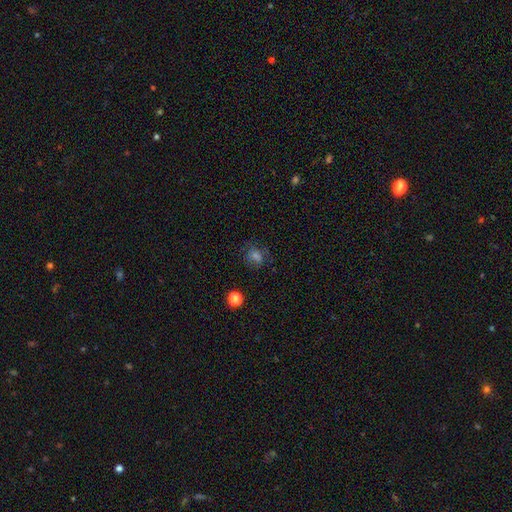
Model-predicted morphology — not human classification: Smooth or featured?
  - smooth: 52% *
  - star or artifact: 31%
  - featured or disk: 18%
How rounded?
  - round: 65% *
  - in between: 33%
  - cigar-shaped: 1%
Merging?
  - none: 74% *
  - minor disturbance: 16%
  - major disturbance: 8%
  - merger: 2%